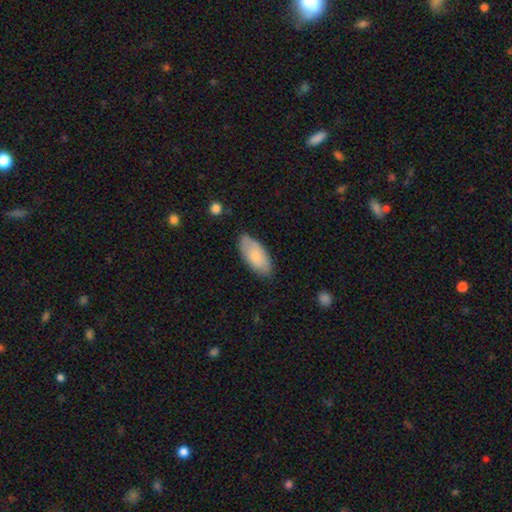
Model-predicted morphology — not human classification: The model was most divided on "smooth or featured": smooth: 71%, featured or disk: 23%, star or artifact: 6%. More confident: how rounded — in between (91%); merging — none (75%).